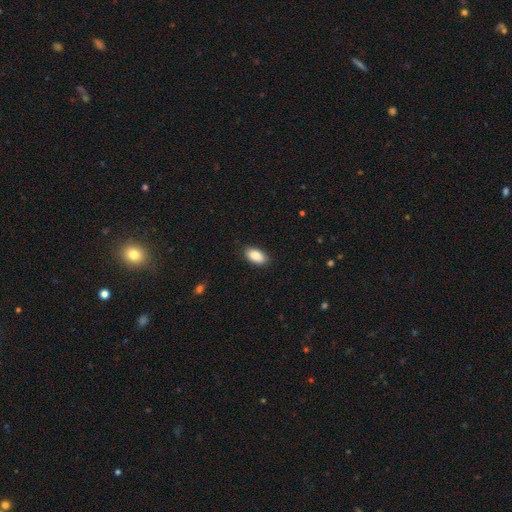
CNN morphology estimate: This appears to be a smooth galaxy with no disk features (88%) that is in between round and cigar-shaped (94%). Merging: none (88%).